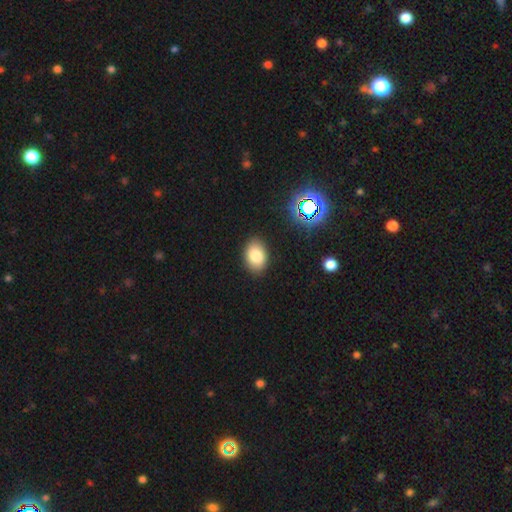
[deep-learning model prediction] Smooth or featured? Predicted: smooth (p=0.82). How rounded? Predicted: in between (p=0.84). Merging? Predicted: none (p=0.87).